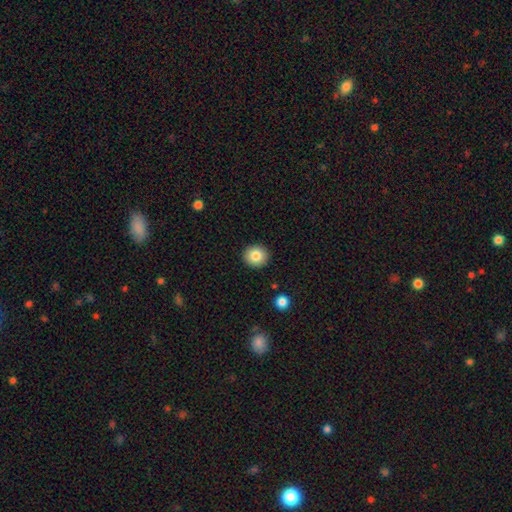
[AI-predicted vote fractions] smooth_or_featured: smooth (p=0.84) [alt: star or artifact p=0.09]
how_rounded: round (p=0.89) [alt: in between p=0.10]
merging: none (p=0.91) [alt: minor disturbance p=0.06]